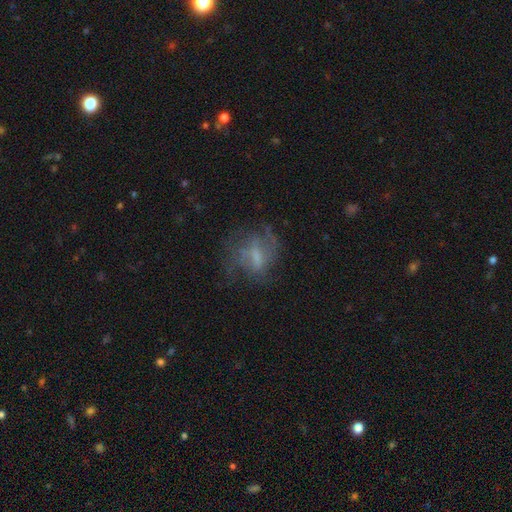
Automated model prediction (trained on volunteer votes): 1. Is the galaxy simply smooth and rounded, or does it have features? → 52% featured or disk, 33% smooth, 14% star or artifact.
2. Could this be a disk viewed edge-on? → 95% no, 5% yes.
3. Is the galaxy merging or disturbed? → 47% none, 30% major disturbance, 20% minor disturbance, 2% merger.